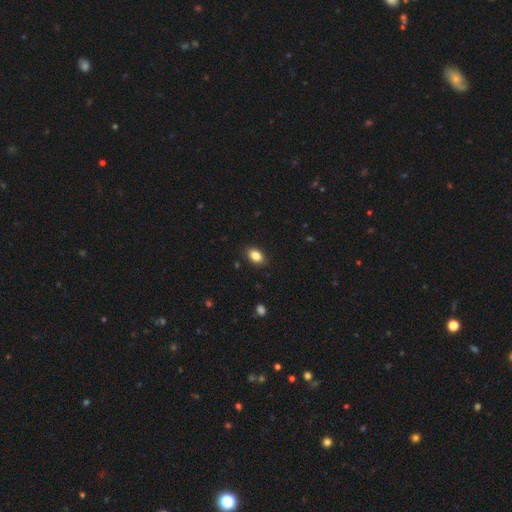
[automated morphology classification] type=smooth (86%); roundness=in between (86%); merging=none (88%).